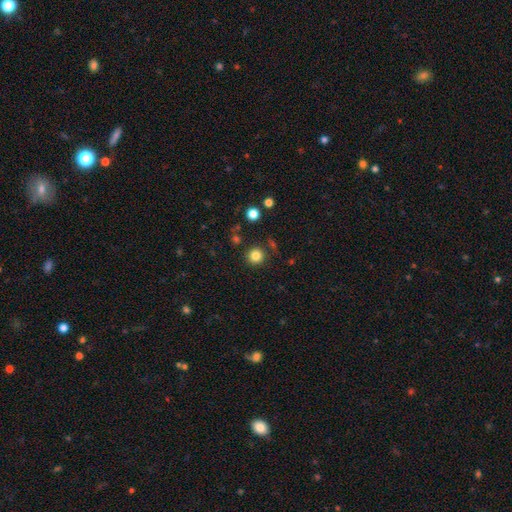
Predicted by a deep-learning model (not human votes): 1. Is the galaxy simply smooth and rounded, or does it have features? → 83% smooth, 12% star or artifact, 5% featured or disk.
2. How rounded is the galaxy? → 94% round, 5% in between, 1% cigar-shaped.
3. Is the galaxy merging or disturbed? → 87% none, 7% minor disturbance, 3% merger, 3% major disturbance.